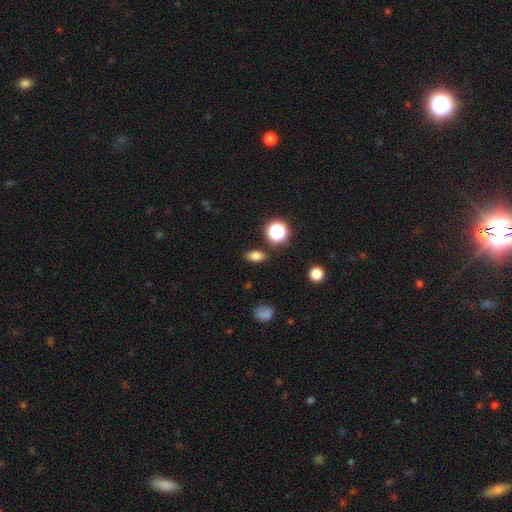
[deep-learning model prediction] A smooth galaxy with no disk features (77%) that is in between round and cigar-shaped (80%). Merging: none (85%).